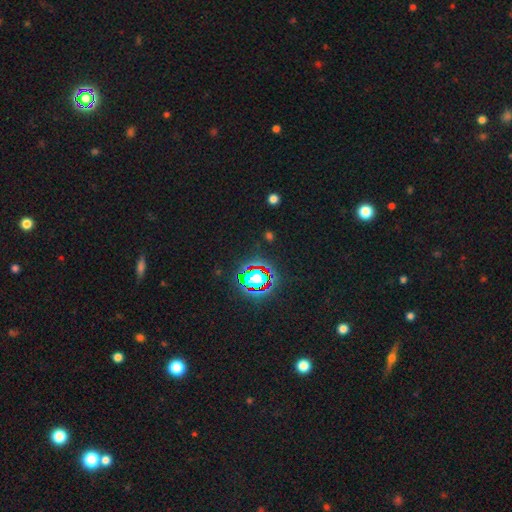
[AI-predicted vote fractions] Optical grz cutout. It shows a star or artifact, not a galaxy (79%).